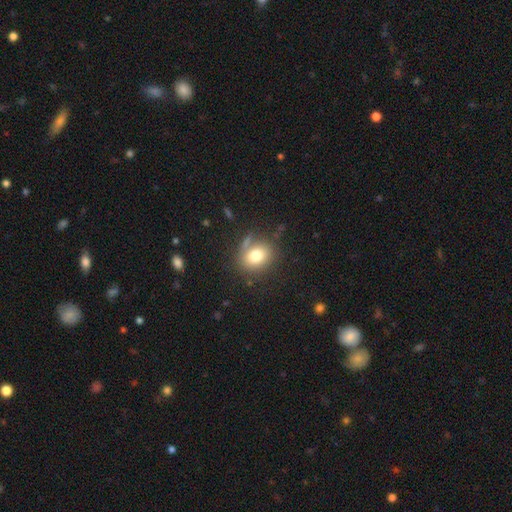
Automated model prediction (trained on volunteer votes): Smooth or featured?
  - smooth: 77% *
  - featured or disk: 12%
  - star or artifact: 11%
How rounded?
  - round: 56% *
  - in between: 43%
  - cigar-shaped: 1%
Merging?
  - none: 70% *
  - minor disturbance: 16%
  - merger: 7%
  - major disturbance: 7%